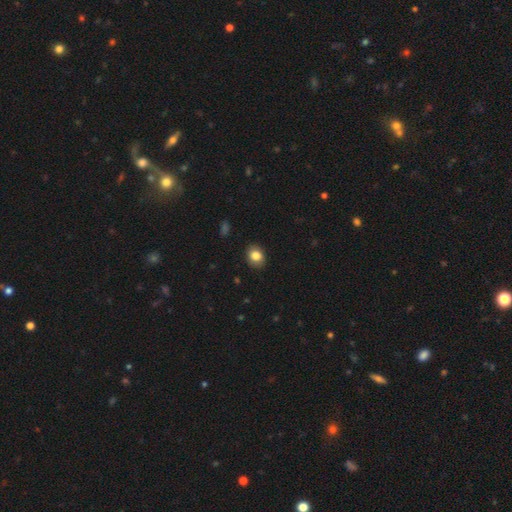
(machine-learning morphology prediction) Smooth or featured: smooth — 84% (star or artifact — 9%)
How rounded: in between — 52% (round — 47%)
Merging: none — 87% (minor disturbance — 10%)